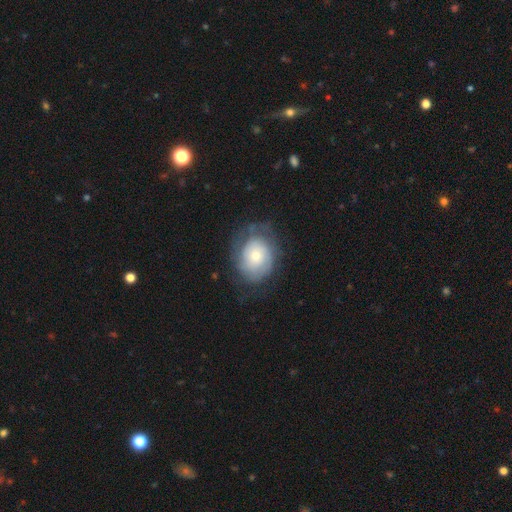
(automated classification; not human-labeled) featured or disk 48%, smooth 45%, star or artifact 7%. Down the decision tree: merging — none (58%).